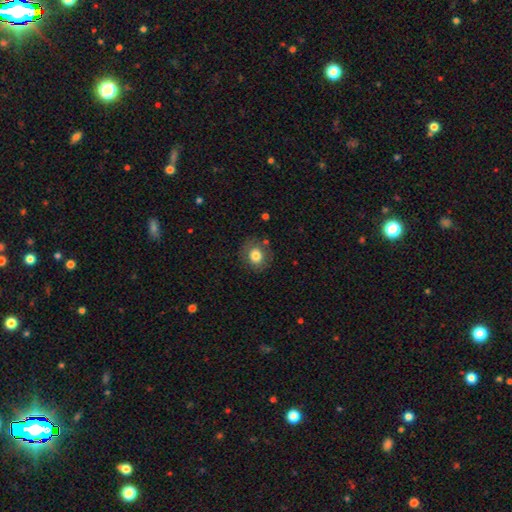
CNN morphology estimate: Overall: smooth (79%). How rounded: round (75%). Merging: none (79%).